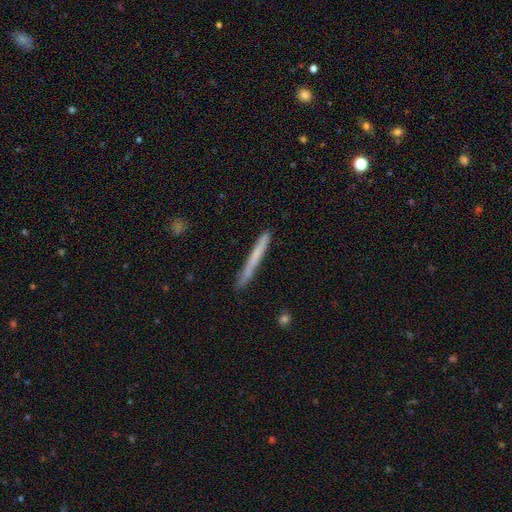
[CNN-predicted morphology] smooth_or_featured: smooth (p=0.61) [alt: featured or disk p=0.33]
how_rounded: cigar-shaped (p=0.97) [alt: in between p=0.02]
merging: none (p=0.87) [alt: minor disturbance p=0.10]